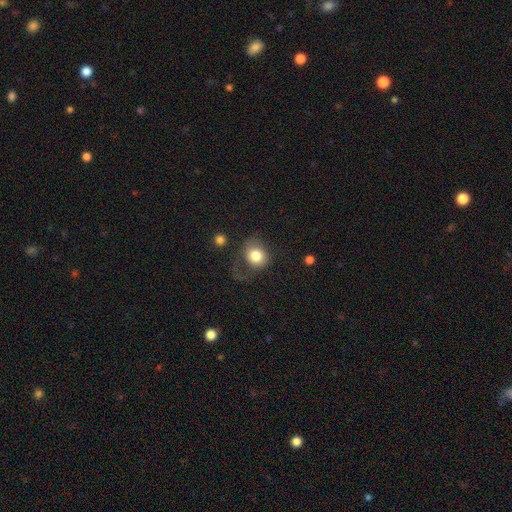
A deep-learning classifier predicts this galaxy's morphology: smooth_or_featured: smooth (p=0.78) [alt: featured or disk p=0.14]
how_rounded: round (p=0.70) [alt: in between p=0.29]
merging: none (p=0.41) [alt: major disturbance p=0.33]